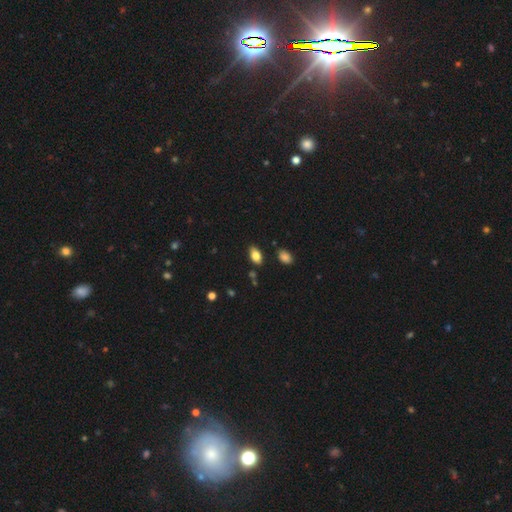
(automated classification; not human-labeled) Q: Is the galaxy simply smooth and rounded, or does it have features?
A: smooth — 79%.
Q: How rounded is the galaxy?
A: in between — 91%.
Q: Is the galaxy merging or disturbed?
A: none — 83%.